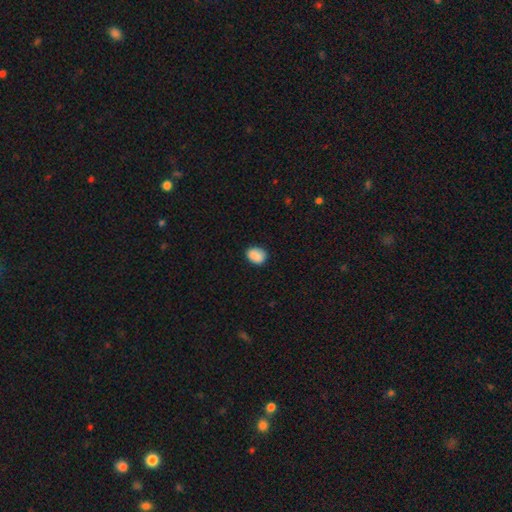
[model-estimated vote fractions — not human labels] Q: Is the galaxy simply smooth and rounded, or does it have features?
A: smooth — 88%.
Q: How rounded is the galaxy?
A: in between — 68%.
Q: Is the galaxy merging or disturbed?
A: none — 81%.